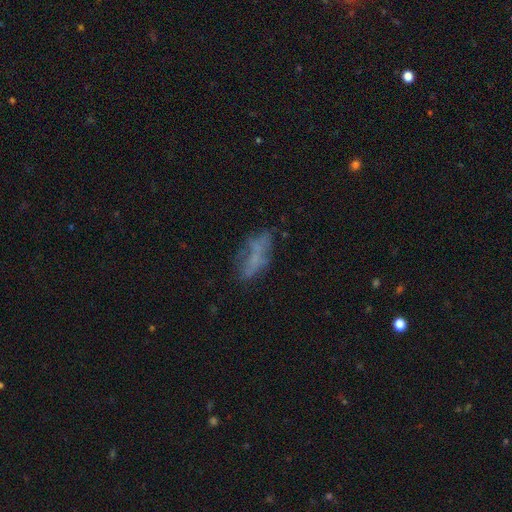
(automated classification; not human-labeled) Q: Smooth or featured?
A: smooth (45%); runner-up: featured or disk (39%)
Q: Merging?
A: none (52%); runner-up: minor disturbance (22%)